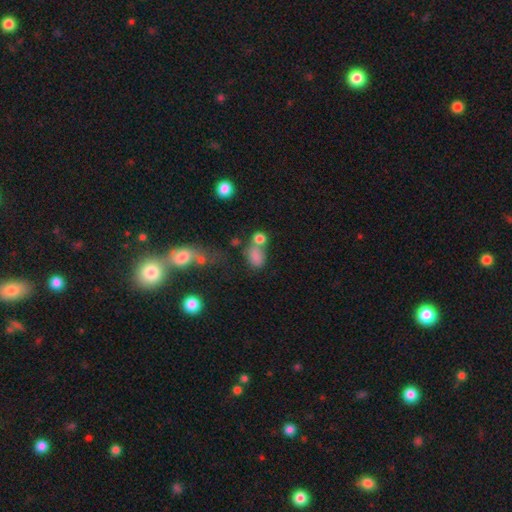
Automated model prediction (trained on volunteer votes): smooth 77%, star or artifact 14%, featured or disk 9%. Down the decision tree: how rounded — in between (74%); merging — merger (40%).